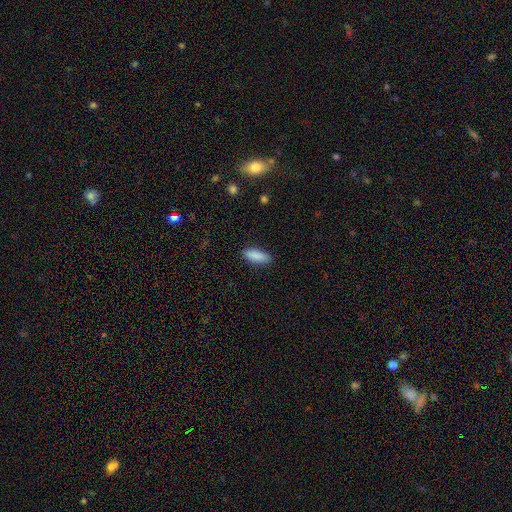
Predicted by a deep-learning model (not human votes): The model was most divided on "how rounded": in between: 66%, cigar-shaped: 33%, round: 2%. More confident: smooth or featured — smooth (89%); merging — none (87%).